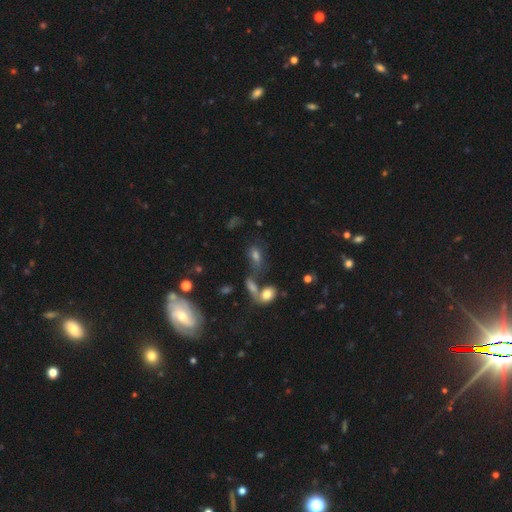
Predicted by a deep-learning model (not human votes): smooth 51%, featured or disk 26%, star or artifact 22%. Down the decision tree: how rounded — in between (79%); merging — none (48%).